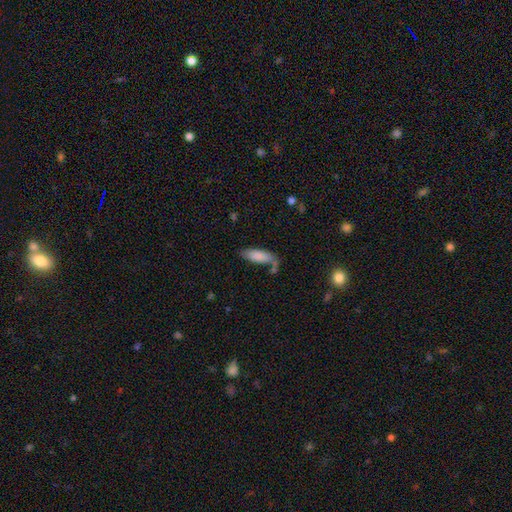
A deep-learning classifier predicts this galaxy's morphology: A smooth galaxy with no disk features (61%) that is in between round and cigar-shaped (59%). Merging: none (54%).